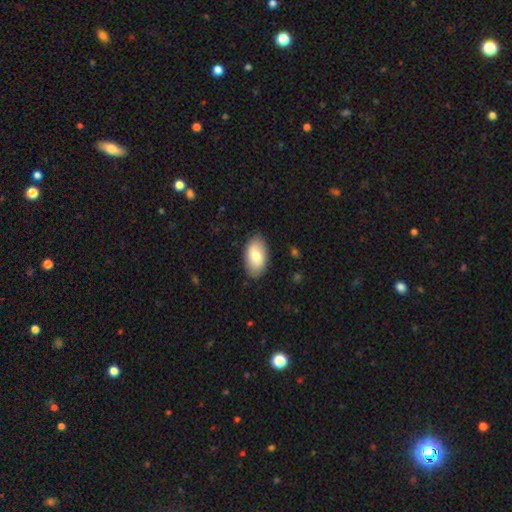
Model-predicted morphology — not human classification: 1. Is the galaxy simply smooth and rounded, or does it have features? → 76% smooth, 18% featured or disk, 6% star or artifact.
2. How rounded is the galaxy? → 94% in between, 4% round, 2% cigar-shaped.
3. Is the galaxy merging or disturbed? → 86% none, 10% minor disturbance, 2% major disturbance, 1% merger.